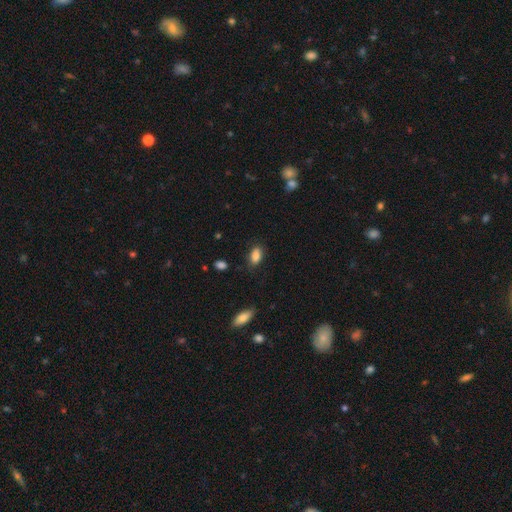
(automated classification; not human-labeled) This appears to be a smooth galaxy with no disk features (87%) that is in between round and cigar-shaped (90%). Merging: none (81%).